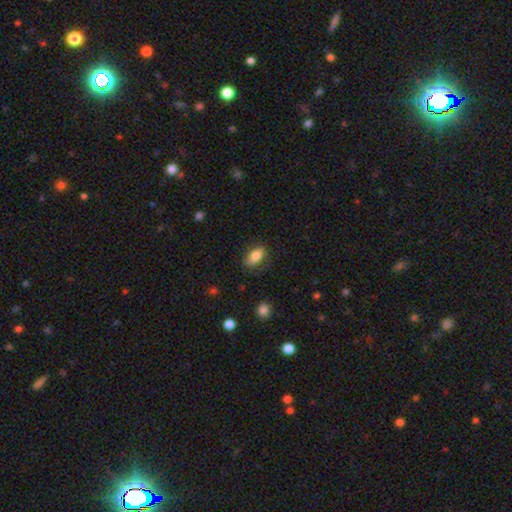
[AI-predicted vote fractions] Smooth or featured? Predicted: smooth (p=0.81). How rounded? Predicted: in between (p=0.89). Merging? Predicted: none (p=0.74).